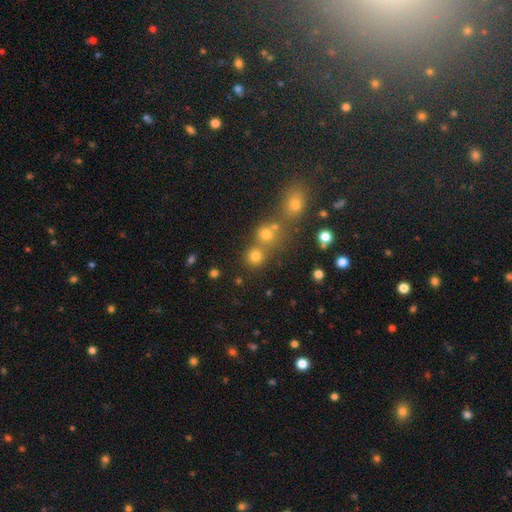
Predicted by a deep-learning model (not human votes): Smooth or featured?
  - smooth: 69% *
  - star or artifact: 23%
  - featured or disk: 8%
How rounded?
  - round: 89% *
  - in between: 10%
  - cigar-shaped: 1%
Merging?
  - none: 61% *
  - merger: 29%
  - minor disturbance: 6%
  - major disturbance: 3%